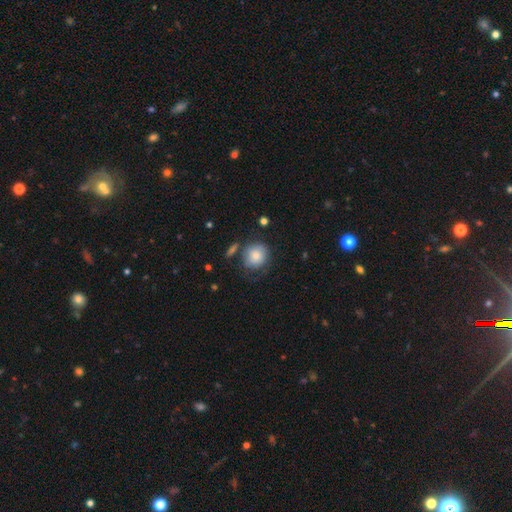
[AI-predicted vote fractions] Smooth or featured? Predicted: smooth (p=0.79). How rounded? Predicted: round (p=0.83). Merging? Predicted: none (p=0.55).